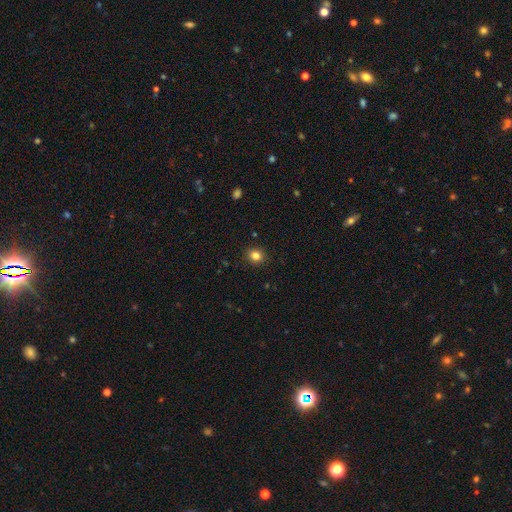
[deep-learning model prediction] smooth 83%, star or artifact 12%, featured or disk 5%. Down the decision tree: how rounded — round (75%); merging — none (91%).